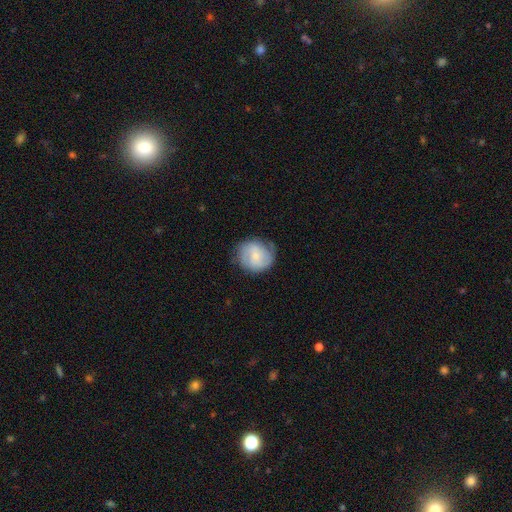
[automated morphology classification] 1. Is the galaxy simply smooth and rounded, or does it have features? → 48% featured or disk, 45% smooth, 7% star or artifact.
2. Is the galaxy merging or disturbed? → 69% none, 22% minor disturbance, 8% major disturbance, 1% merger.